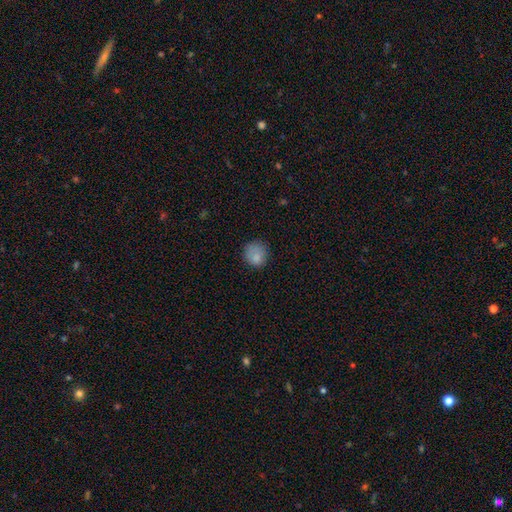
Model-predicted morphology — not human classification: The model was most divided on "merging": none: 72%, minor disturbance: 19%, major disturbance: 7%, merger: 2%. More confident: how rounded — round (85%); smooth or featured — smooth (82%).